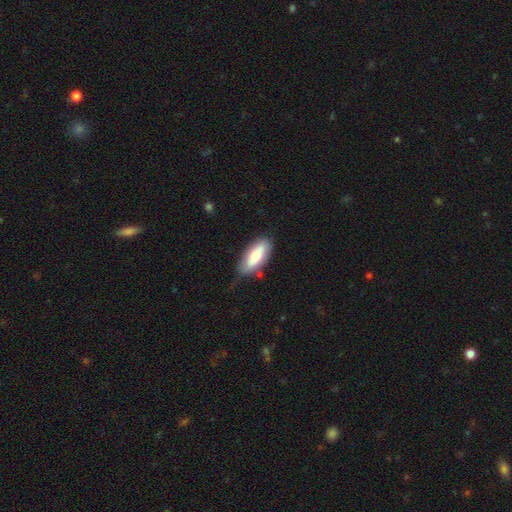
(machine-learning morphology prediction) The model was most divided on "merging": none: 66%, minor disturbance: 25%, major disturbance: 6%, merger: 3%. More confident: how rounded — in between (79%); smooth or featured — smooth (71%).